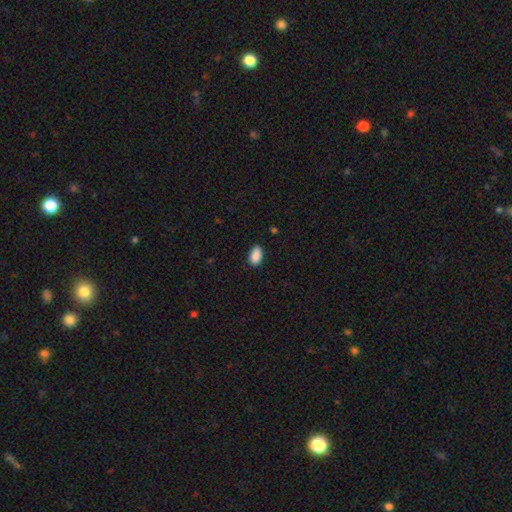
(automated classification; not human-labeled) A smooth galaxy with no disk features (90%) that is in between round and cigar-shaped (93%). Merging: none (87%).